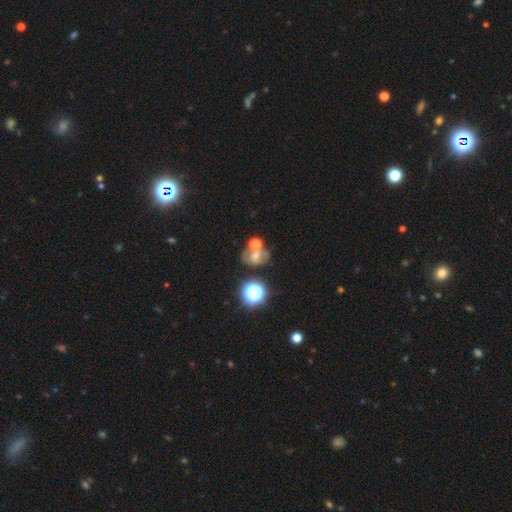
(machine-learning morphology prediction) A smooth galaxy with no disk features (38%).

Vote fractions:
- Smooth or featured? smooth: 38% / star or artifact: 34% / featured or disk: 28%
- Merging? none: 46% / merger: 36% / minor disturbance: 11% / major disturbance: 8%